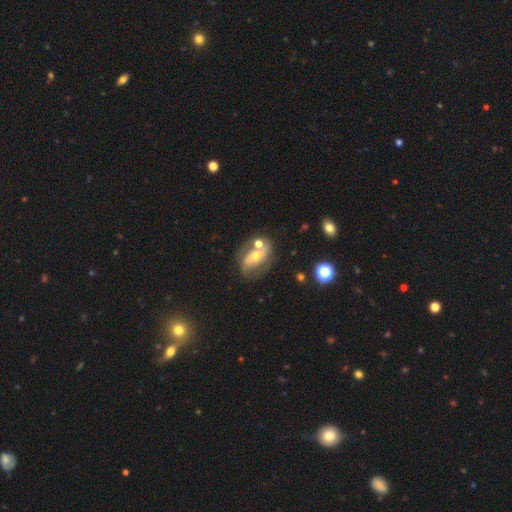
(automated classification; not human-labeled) A featured or disk galaxy (71%) with no bar (41%), 2 (81%) medium (42%) spiral arms (78%) and a moderate central bulge (64%). Merging: none (55%).